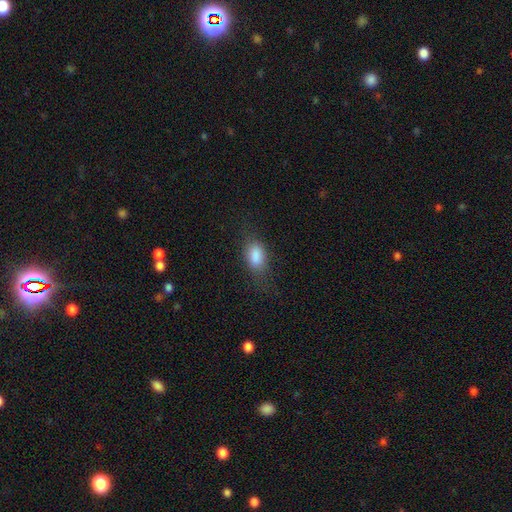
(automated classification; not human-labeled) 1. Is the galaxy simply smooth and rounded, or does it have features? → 84% smooth, 8% star or artifact, 7% featured or disk.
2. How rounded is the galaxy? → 85% in between, 10% round, 4% cigar-shaped.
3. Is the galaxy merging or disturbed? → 68% none, 21% minor disturbance, 10% major disturbance, 1% merger.